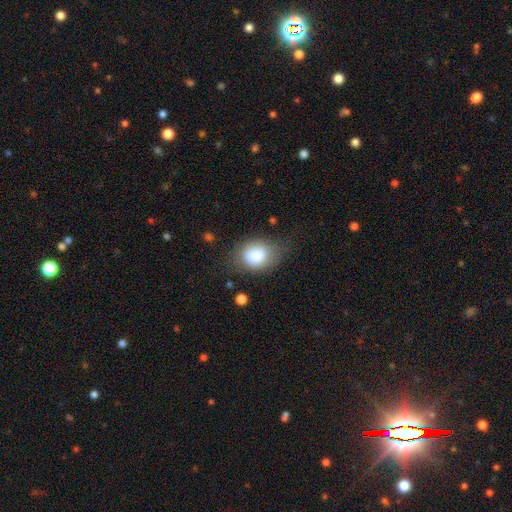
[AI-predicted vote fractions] The model was most divided on "merging": none: 63%, minor disturbance: 25%, major disturbance: 10%, merger: 2%. More confident: smooth or featured — smooth (83%); how rounded — in between (69%).